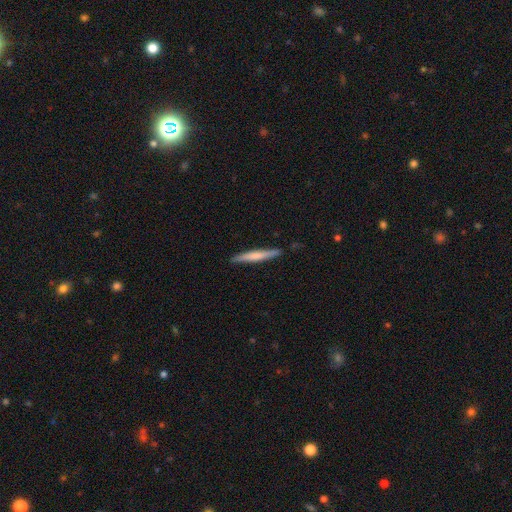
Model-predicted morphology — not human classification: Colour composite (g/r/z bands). It shows a smooth galaxy with no disk features (60%) that is cigar-shaped (96%). Merging: none (89%).